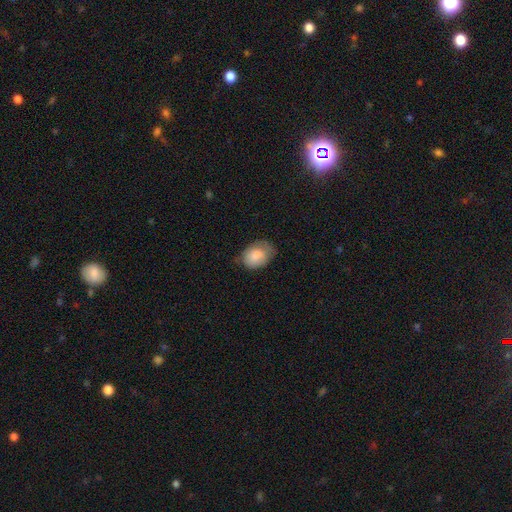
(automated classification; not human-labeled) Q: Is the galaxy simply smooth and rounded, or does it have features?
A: smooth — 83%.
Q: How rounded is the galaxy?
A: in between — 75%.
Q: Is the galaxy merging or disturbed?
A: none — 55%.